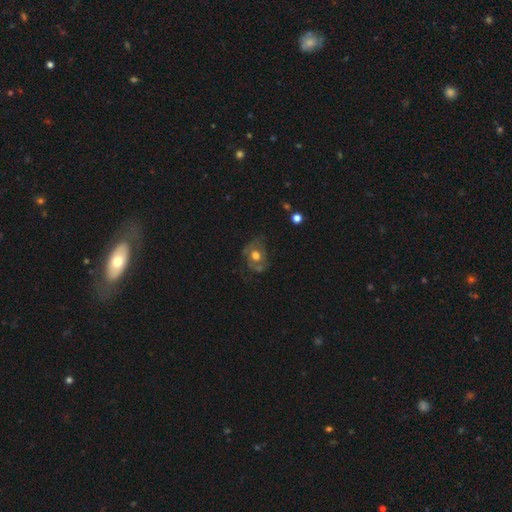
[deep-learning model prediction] This is possibly a featured or disk galaxy (52%). It is clearly not viewed edge-on (95%). Merging: possibly none (54%).